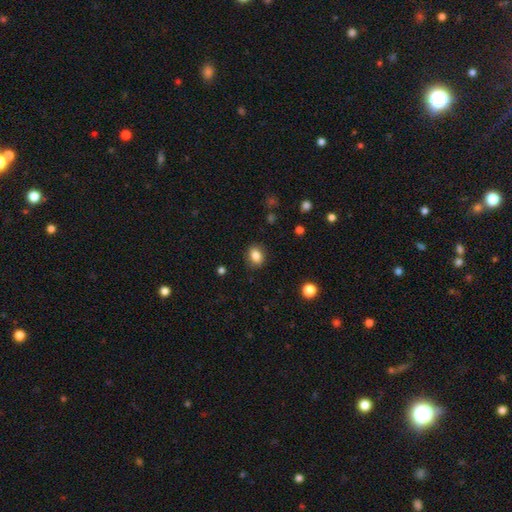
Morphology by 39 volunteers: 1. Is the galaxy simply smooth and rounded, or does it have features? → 90% smooth, 8% featured or disk, 3% star or artifact.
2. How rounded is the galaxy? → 49% round (tied), 49% in between (tied), 3% cigar-shaped.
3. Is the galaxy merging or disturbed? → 89% none, 8% minor disturbance, 3% major disturbance, 0% merger.